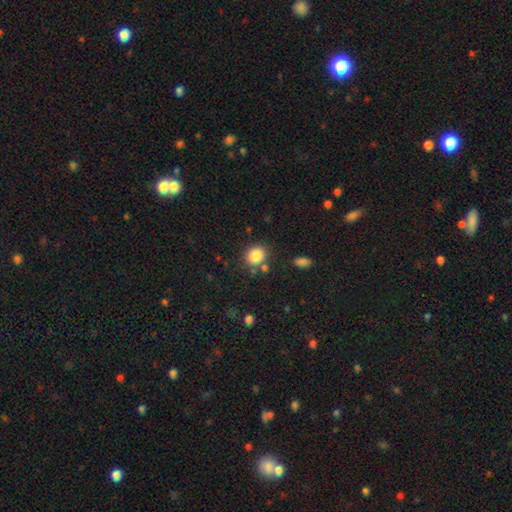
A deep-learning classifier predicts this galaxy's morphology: Overall: smooth (86%). How rounded: round (73%). Merging: none (78%).